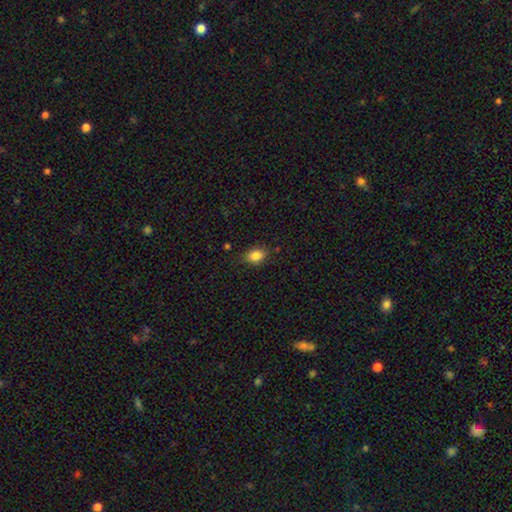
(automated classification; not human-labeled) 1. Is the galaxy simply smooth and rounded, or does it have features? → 85% smooth, 9% star or artifact, 6% featured or disk.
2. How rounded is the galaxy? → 78% in between, 20% round, 2% cigar-shaped.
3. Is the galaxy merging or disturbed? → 82% none, 14% minor disturbance, 3% major disturbance, 1% merger.